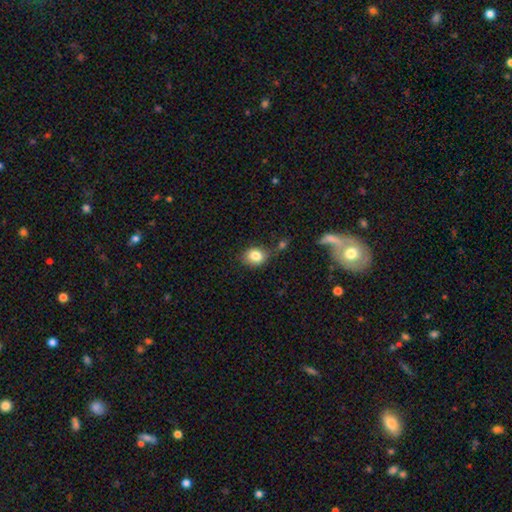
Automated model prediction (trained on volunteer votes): Overall: smooth (82%). How rounded: round (55%; in between 44%). Merging: none (66%).